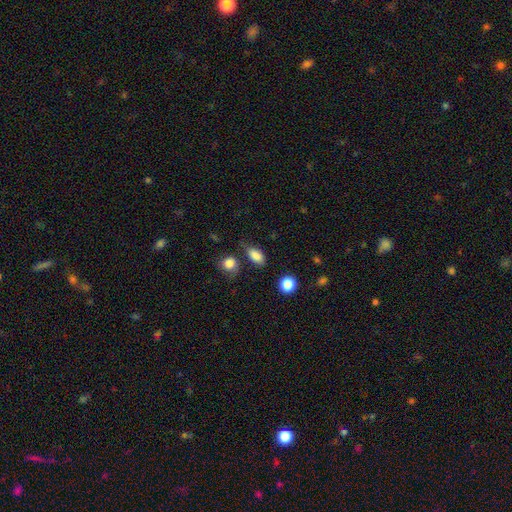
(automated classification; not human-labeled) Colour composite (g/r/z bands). It shows a smooth galaxy with no disk features (86%) that is in between round and cigar-shaped (86%). Merging: none (65%).